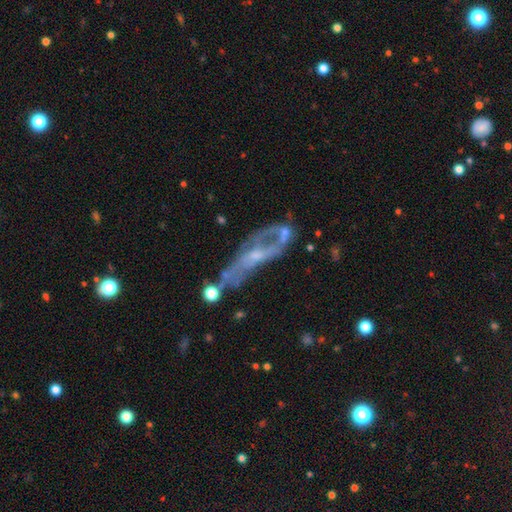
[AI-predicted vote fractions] Morphology: type=featured or disk (68%); edge-on=no (74%); bar=no (65%); spiral arms=no (55%); bulge=small (56%); merging=none (39%).